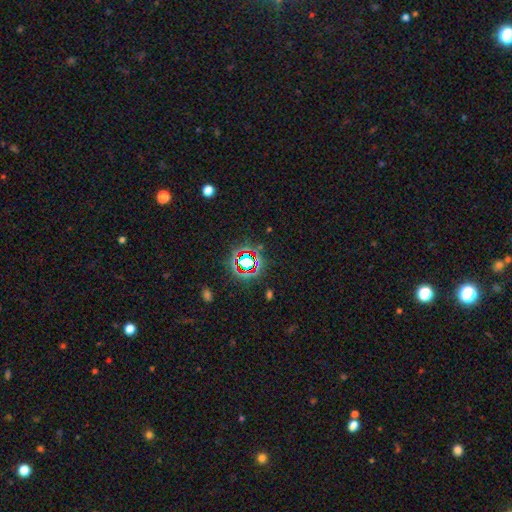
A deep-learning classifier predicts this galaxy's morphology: This appears to be a star or artifact, not a galaxy (76%).